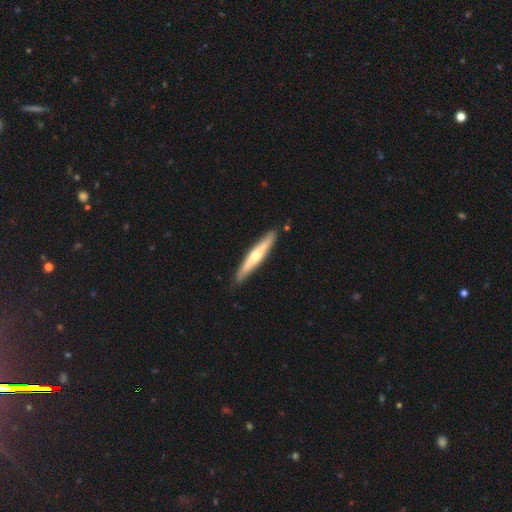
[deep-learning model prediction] A featured or disk galaxy (58%) viewed edge-on (92%) with a rounded central bulge (87%). Merging: none (88%).